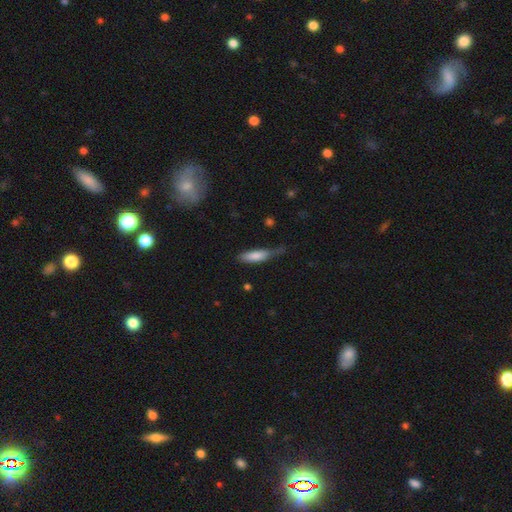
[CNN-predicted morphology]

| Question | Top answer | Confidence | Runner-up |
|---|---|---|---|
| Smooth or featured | smooth | 79% | featured or disk (15%) |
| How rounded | cigar-shaped | 55% | in between (43%) |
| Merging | none | 44% | minor disturbance (39%) |